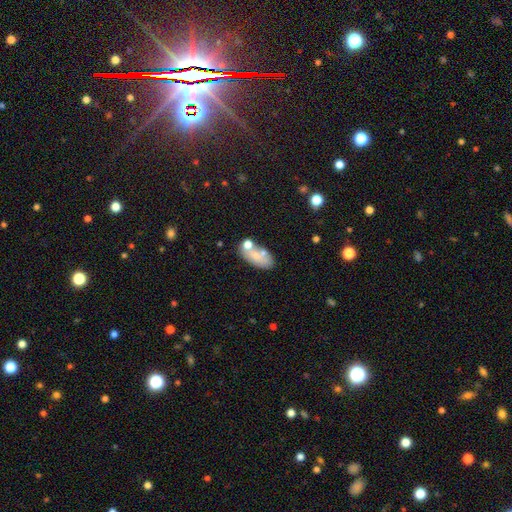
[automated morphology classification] smooth 66%, featured or disk 25%, star or artifact 9%. Down the decision tree: how rounded — in between (90%); merging — none (51%).